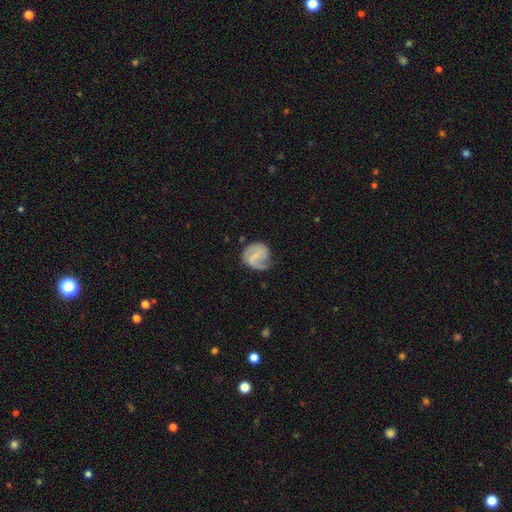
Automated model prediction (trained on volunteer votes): Smooth or featured: featured or disk — 70% (smooth — 24%)
Edge-on disk: no — 98% (yes — 2%)
Bar: weak — 48% (no — 34%)
Spiral arms: yes — 93% (no — 7%)
Spiral winding: medium — 45% (tight — 32%)
Spiral arm count: 2 — 63% (1 — 24%)
Bulge size: none — 44% (small — 43%)
Merging: none — 58% (minor disturbance — 26%)